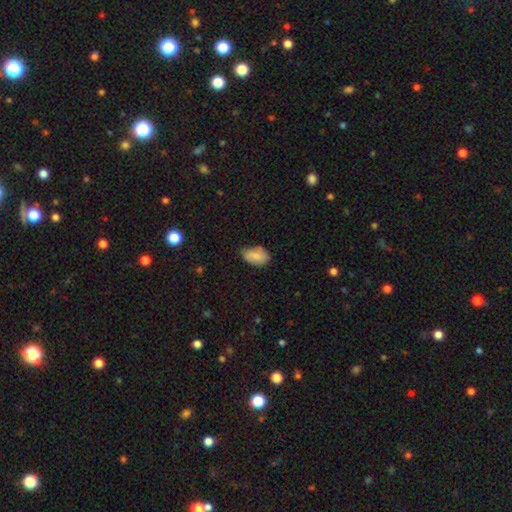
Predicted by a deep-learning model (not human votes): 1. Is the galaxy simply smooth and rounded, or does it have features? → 79% smooth, 14% featured or disk, 7% star or artifact.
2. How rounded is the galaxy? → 92% in between, 7% round, 2% cigar-shaped.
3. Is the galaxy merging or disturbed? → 73% none, 22% minor disturbance, 4% major disturbance, 2% merger.